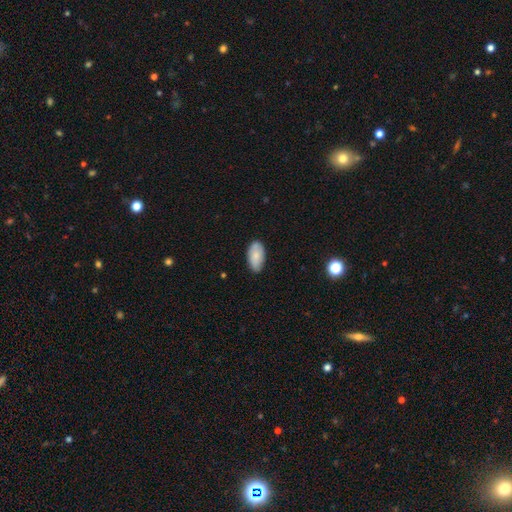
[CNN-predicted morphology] Smooth or featured: smooth — 79% (featured or disk — 14%)
How rounded: in between — 94% (cigar-shaped — 3%)
Merging: none — 78% (minor disturbance — 17%)